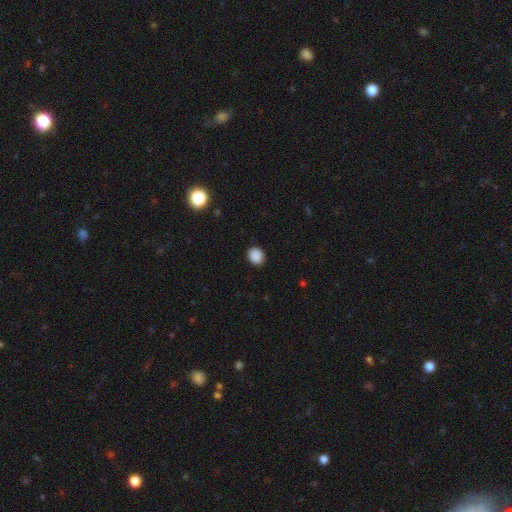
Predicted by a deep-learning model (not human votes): This appears to be a smooth galaxy with no disk features (88%) that is round (77%). Merging: none (90%).